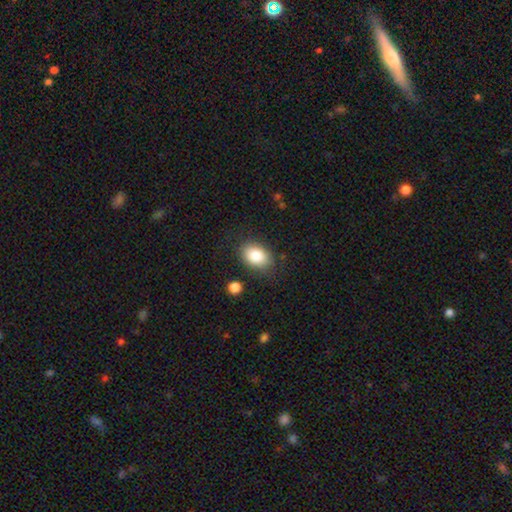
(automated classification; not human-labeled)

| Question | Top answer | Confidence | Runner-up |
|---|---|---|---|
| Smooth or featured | smooth | 84% | featured or disk (8%) |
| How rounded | in between | 79% | round (20%) |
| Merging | none | 79% | minor disturbance (14%) |